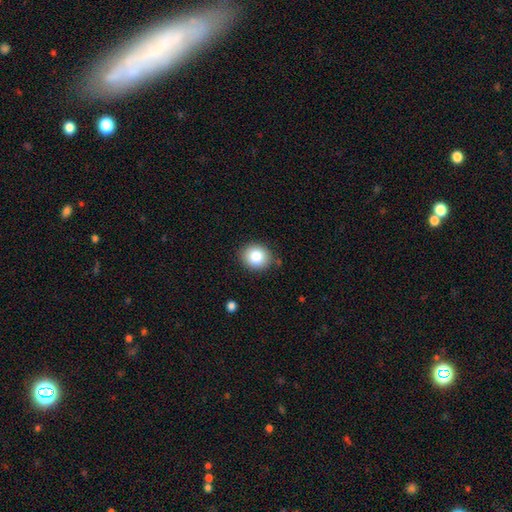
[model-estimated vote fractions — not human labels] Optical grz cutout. It shows a smooth galaxy with no disk features (85%) that is round (74%). Merging: none (86%).